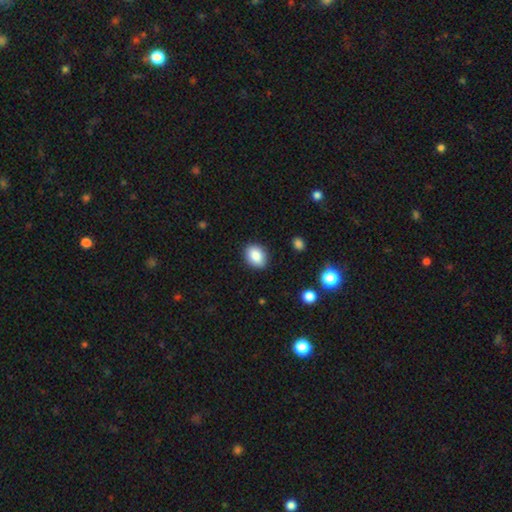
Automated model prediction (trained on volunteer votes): Smooth or featured: smooth — 86% (star or artifact — 8%)
How rounded: in between — 64% (round — 35%)
Merging: none — 88% (minor disturbance — 9%)